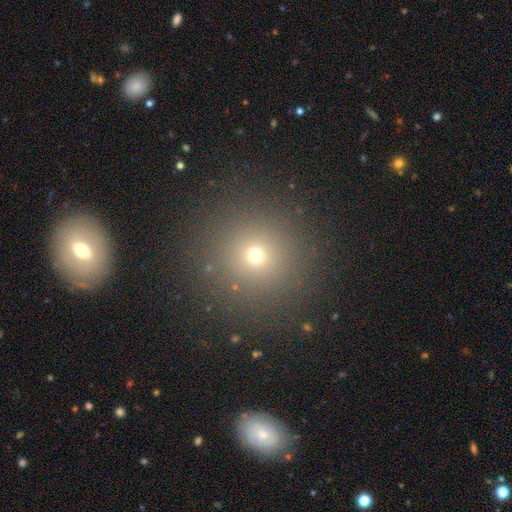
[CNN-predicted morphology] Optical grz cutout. It shows a smooth galaxy with no disk features (66%) that is round (94%). Merging: none (89%).